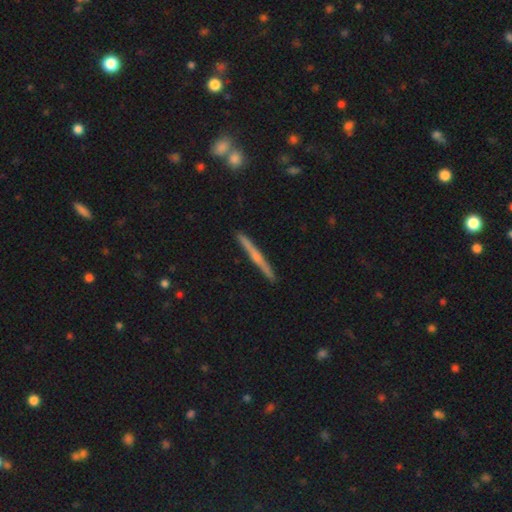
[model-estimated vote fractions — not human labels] Smooth or featured?
  - featured or disk: 64% *
  - smooth: 31%
  - star or artifact: 6%
Edge-on disk?
  - yes: 98% *
  - no: 2%
Edge-on bulge?
  - rounded: 55% *
  - none: 38%
  - boxy: 7%
Merging?
  - none: 92% *
  - minor disturbance: 6%
  - merger: 1%
  - major disturbance: 1%